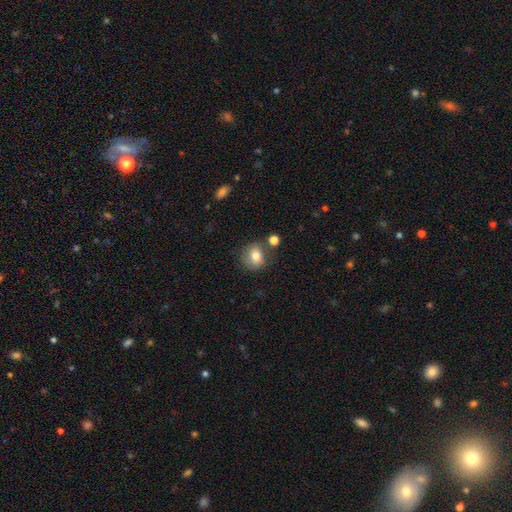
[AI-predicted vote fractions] Smooth or featured? Predicted: smooth (p=0.77). How rounded? Predicted: round (p=0.69). Merging? Predicted: none (p=0.66).